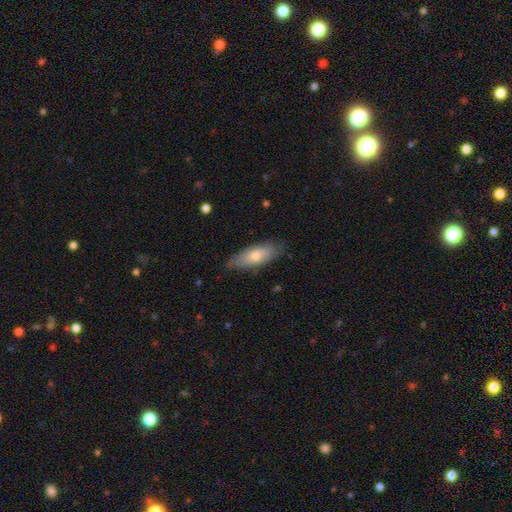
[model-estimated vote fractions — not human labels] This appears to be a smooth galaxy with no disk features (67%) that is in between round and cigar-shaped (73%). Merging: none (77%).